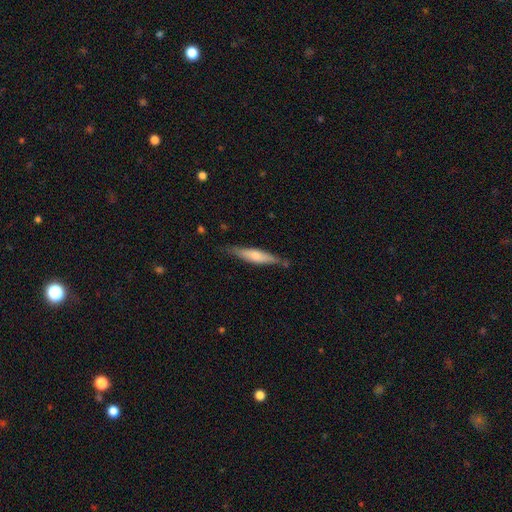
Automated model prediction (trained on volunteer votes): smooth-or-featured: smooth: 53% | featured or disk: 41% | star or artifact: 6%
  how-rounded: cigar-shaped: 79% | in between: 19% | round: 2%
  merging: none: 75% | minor disturbance: 18% | major disturbance: 3% | merger: 3%